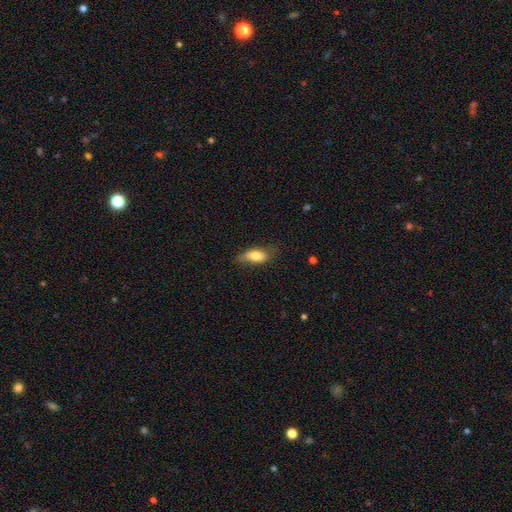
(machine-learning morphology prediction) A smooth galaxy with no disk features (75%) that is in between round and cigar-shaped (84%).

Vote fractions:
- Smooth or featured? smooth: 75% / featured or disk: 18% / star or artifact: 7%
- How rounded? in between: 84% / cigar-shaped: 11% / round: 5%
- Merging? none: 62% / minor disturbance: 28% / major disturbance: 9% / merger: 1%